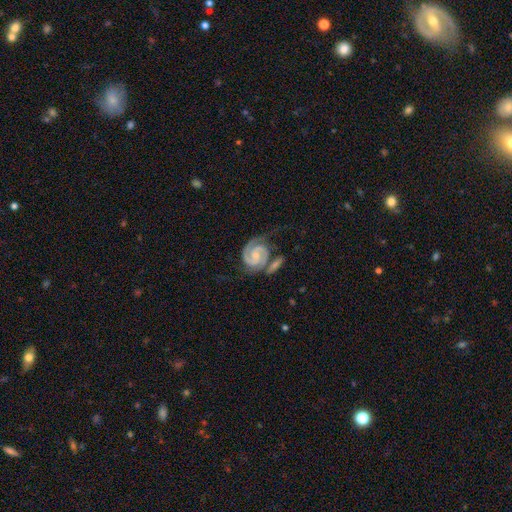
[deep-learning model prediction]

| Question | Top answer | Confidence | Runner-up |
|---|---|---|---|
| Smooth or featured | featured or disk | 92% | smooth (4%) |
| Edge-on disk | no | 98% | yes (2%) |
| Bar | no | 54% | weak (34%) |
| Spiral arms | yes | 99% | no (1%) |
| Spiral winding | tight | 63% | medium (33%) |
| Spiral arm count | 2 | 89% | 3 (6%) |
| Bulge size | small | 52% | moderate (31%) |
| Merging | none | 57% | minor disturbance (18%) |